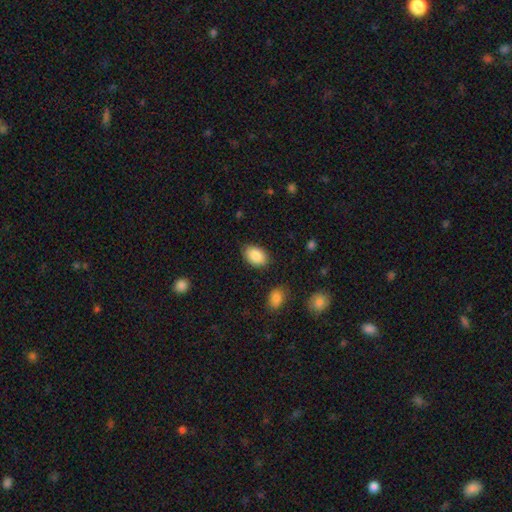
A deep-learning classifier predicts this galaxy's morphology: Q: Smooth or featured?
A: smooth (88%); runner-up: star or artifact (7%)
Q: How rounded?
A: in between (88%); runner-up: round (11%)
Q: Merging?
A: none (84%); runner-up: minor disturbance (12%)